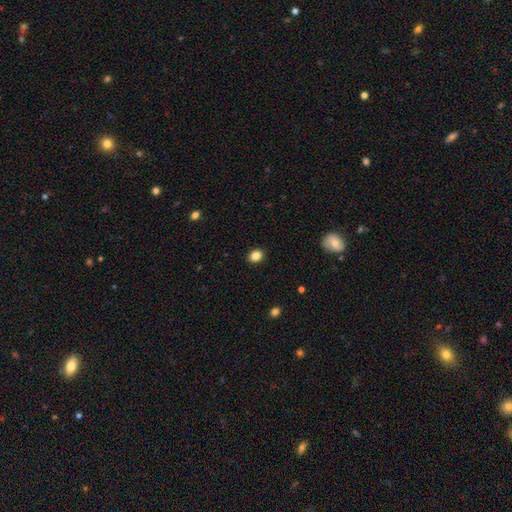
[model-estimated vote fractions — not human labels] Smooth or featured? smooth (85%)
How rounded? round (52%)
Merging? none (90%)